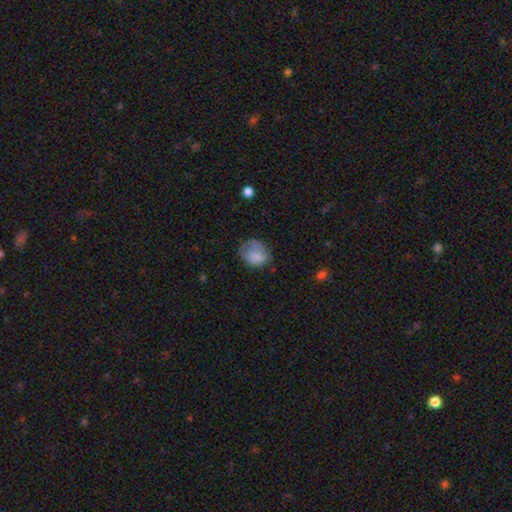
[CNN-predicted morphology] type=smooth (78%); roundness=round (55%); merging=none (49%).